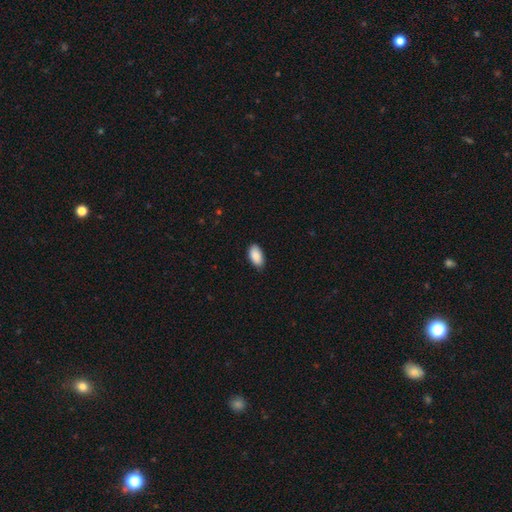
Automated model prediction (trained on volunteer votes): Smooth or featured: smooth — 90% (star or artifact — 6%)
How rounded: in between — 95% (round — 3%)
Merging: none — 85% (minor disturbance — 12%)